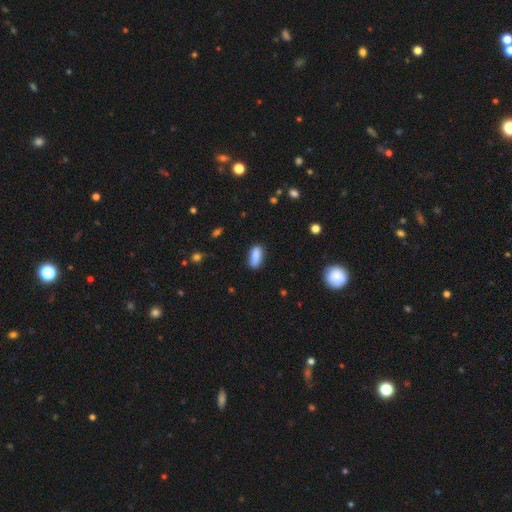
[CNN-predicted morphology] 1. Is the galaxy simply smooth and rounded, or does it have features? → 87% smooth, 7% star or artifact, 6% featured or disk.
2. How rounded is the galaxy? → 85% in between, 12% cigar-shaped, 3% round.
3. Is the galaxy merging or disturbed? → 78% none, 17% minor disturbance, 3% major disturbance, 2% merger.